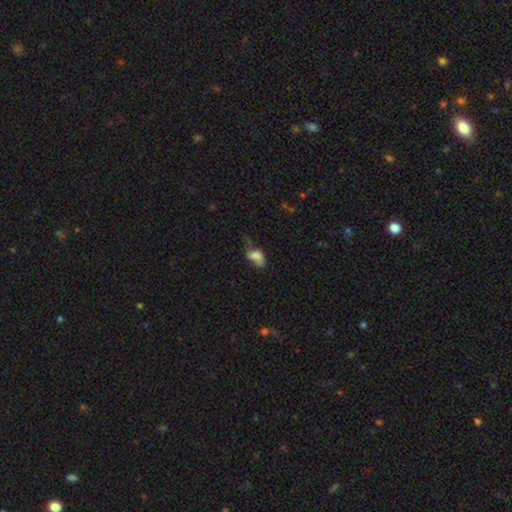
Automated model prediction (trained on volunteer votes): Smooth or featured? Predicted: smooth (p=0.66). How rounded? Predicted: in between (p=0.85). Merging? Predicted: major disturbance (p=0.35).